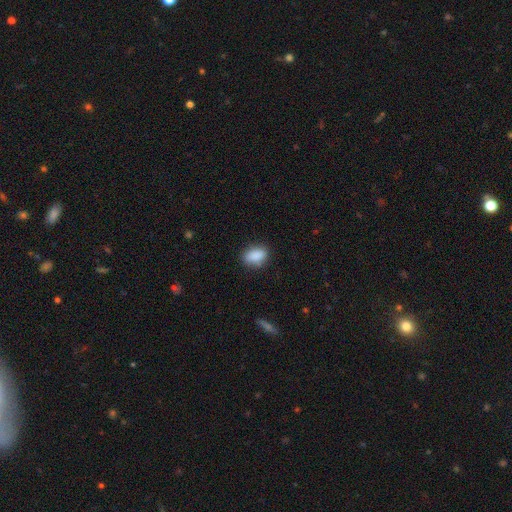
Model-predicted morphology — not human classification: smooth_or_featured: smooth (p=0.88) [alt: star or artifact p=0.08]
how_rounded: in between (p=0.86) [alt: round p=0.11]
merging: none (p=0.81) [alt: minor disturbance p=0.15]